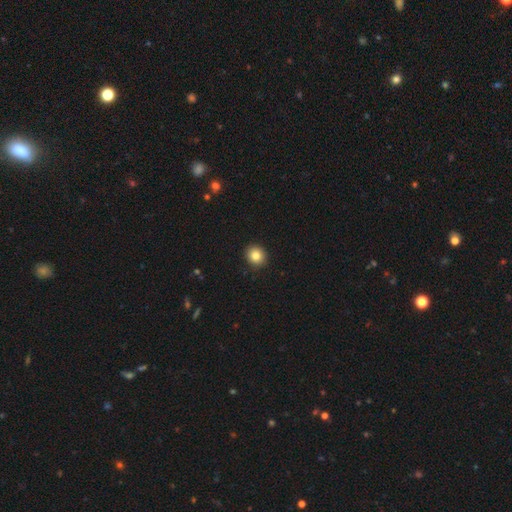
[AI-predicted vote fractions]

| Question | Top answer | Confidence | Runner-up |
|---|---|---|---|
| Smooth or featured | smooth | 83% | star or artifact (10%) |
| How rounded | round | 85% | in between (14%) |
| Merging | none | 92% | minor disturbance (5%) |